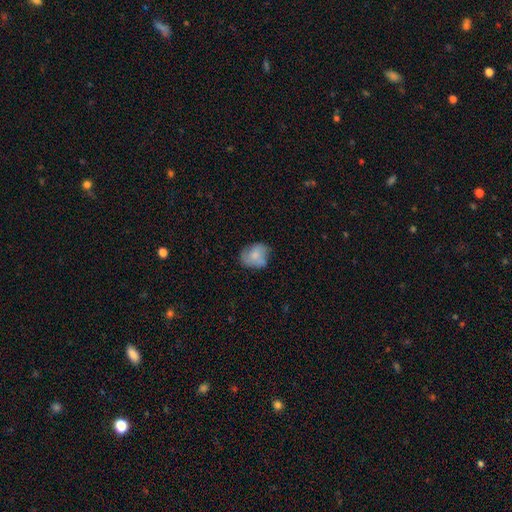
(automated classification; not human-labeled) This is likely a smooth galaxy (71%). How rounded: possibly in between (50%). Merging: possibly none (55%).